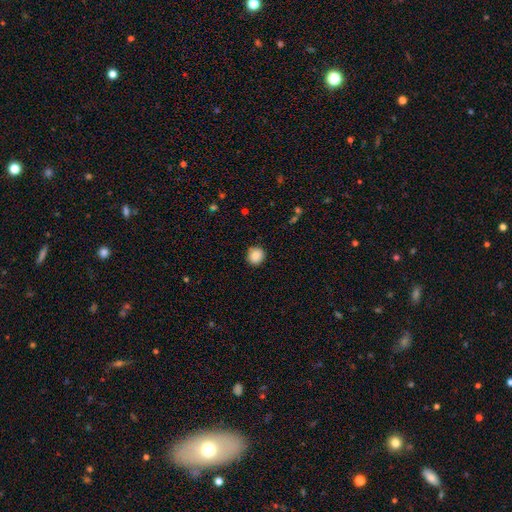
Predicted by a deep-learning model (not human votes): This appears to be a smooth galaxy with no disk features (86%) that is round (90%). Merging: none (88%).